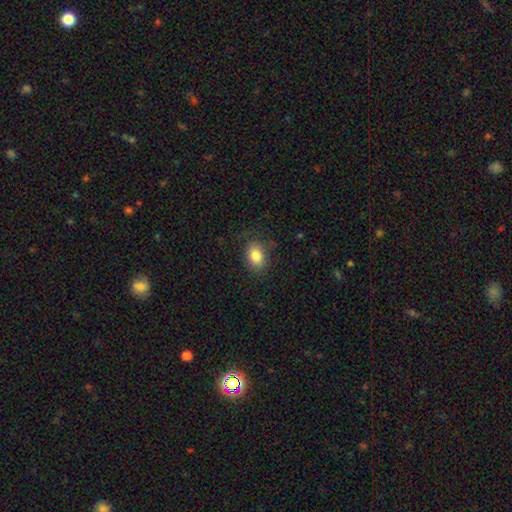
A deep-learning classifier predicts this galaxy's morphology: This is clearly a smooth galaxy (83%). How rounded: likely in between (73%). Merging: likely none (79%).